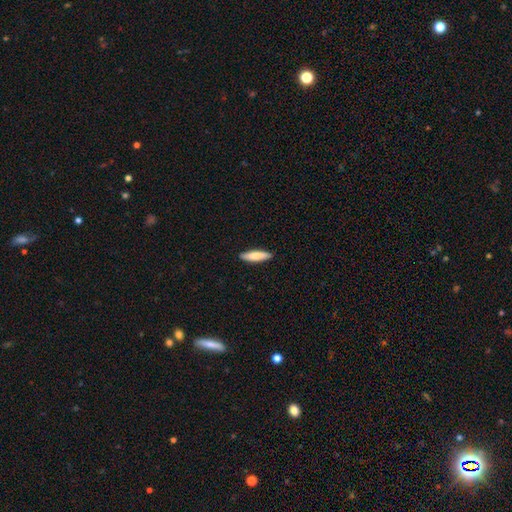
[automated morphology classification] type=smooth (75%); roundness=cigar-shaped (71%); merging=none (89%).